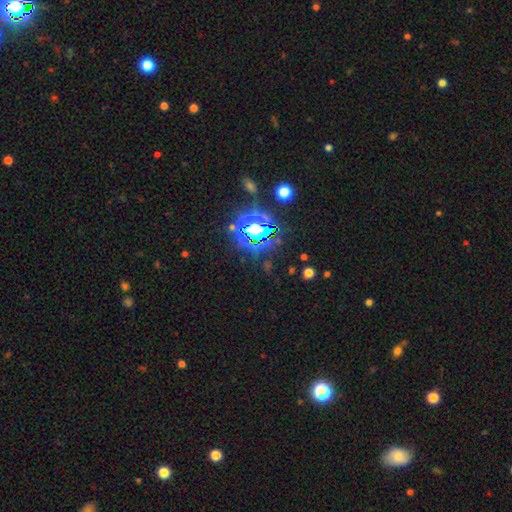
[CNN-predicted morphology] type=star or artifact (82%).